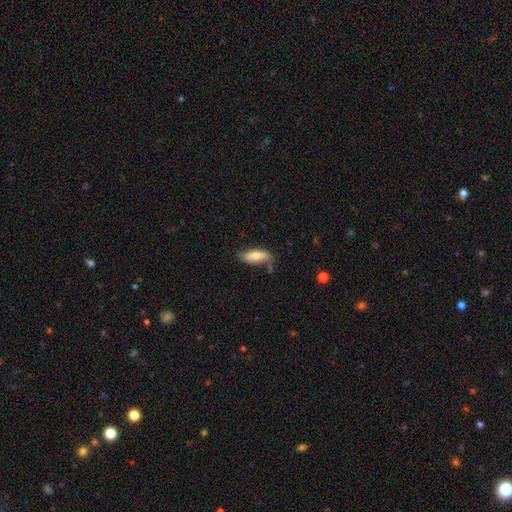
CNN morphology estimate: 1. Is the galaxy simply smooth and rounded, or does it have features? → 66% smooth, 28% featured or disk, 7% star or artifact.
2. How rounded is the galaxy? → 67% in between, 31% cigar-shaped, 2% round.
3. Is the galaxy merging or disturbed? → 46% none, 32% minor disturbance, 15% major disturbance, 7% merger.